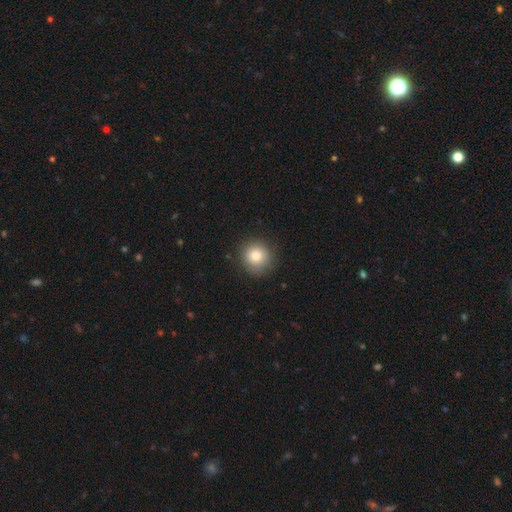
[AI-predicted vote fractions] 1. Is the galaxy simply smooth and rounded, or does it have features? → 82% smooth, 10% star or artifact, 8% featured or disk.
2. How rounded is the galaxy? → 91% round, 9% in between, 1% cigar-shaped.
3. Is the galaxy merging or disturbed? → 86% none, 10% minor disturbance, 3% major disturbance, 1% merger.